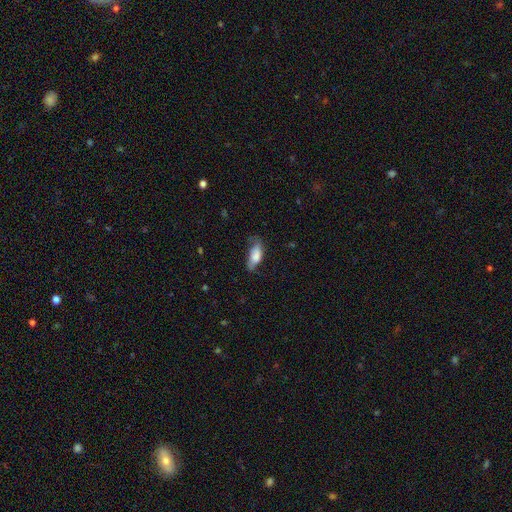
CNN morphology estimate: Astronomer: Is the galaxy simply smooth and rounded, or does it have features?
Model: smooth — 73%.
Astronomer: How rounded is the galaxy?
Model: in between — 81%.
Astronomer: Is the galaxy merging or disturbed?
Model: none — 46% (runner-up: minor disturbance, 35%).